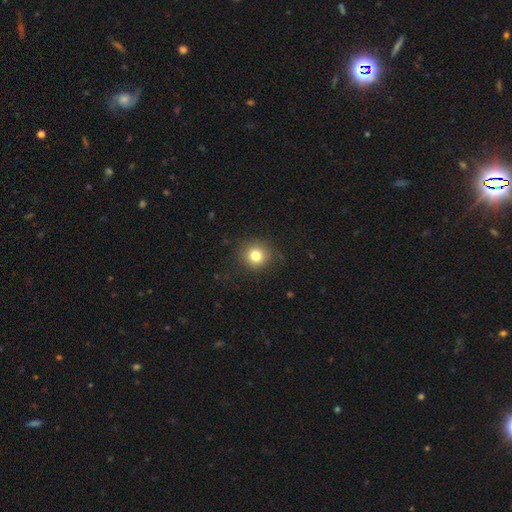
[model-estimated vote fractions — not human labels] smooth 80%, star or artifact 12%, featured or disk 8%. Down the decision tree: how rounded — round (91%); merging — none (85%).